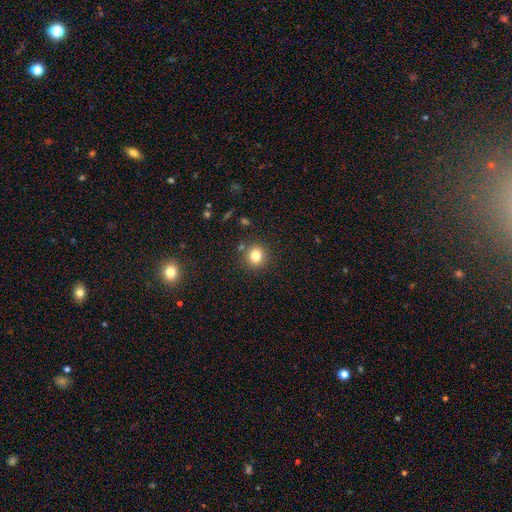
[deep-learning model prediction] smooth-or-featured: smooth: 80% | star or artifact: 13% | featured or disk: 7%
  how-rounded: round: 90% | in between: 9% | cigar-shaped: 1%
  merging: none: 85% | minor disturbance: 8% | merger: 4% | major disturbance: 3%